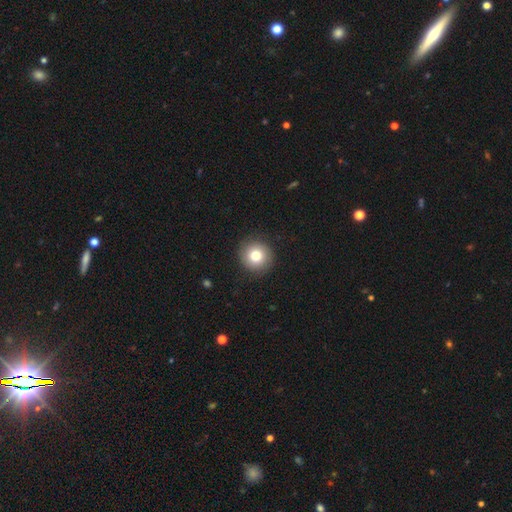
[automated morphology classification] This is likely a smooth galaxy (80%). How rounded: clearly round (93%). Merging: clearly none (90%).